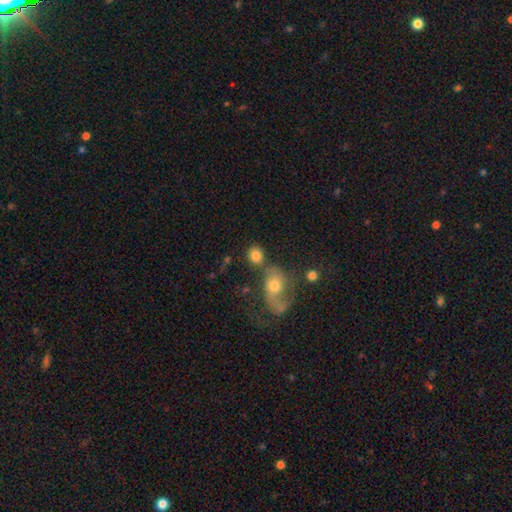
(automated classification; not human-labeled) Q: Smooth or featured?
A: smooth (80%); runner-up: featured or disk (11%)
Q: How rounded?
A: round (71%); runner-up: in between (28%)
Q: Merging?
A: none (55%); runner-up: merger (26%)